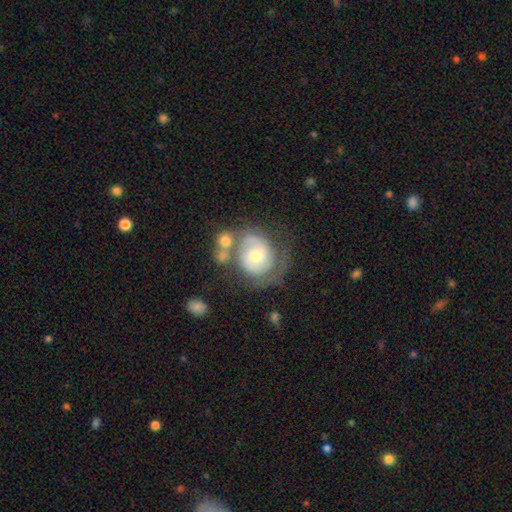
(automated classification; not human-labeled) The model was most divided on "spiral winding": tight: 49%, medium: 36%, loose: 15%. Remaining: edge-on disk — no (97%); spiral arms — yes (83%); bar — no (70%); smooth or featured — featured or disk (69%); spiral arm count — 2 (58%); bulge size — moderate (55%); merging — none (40%).